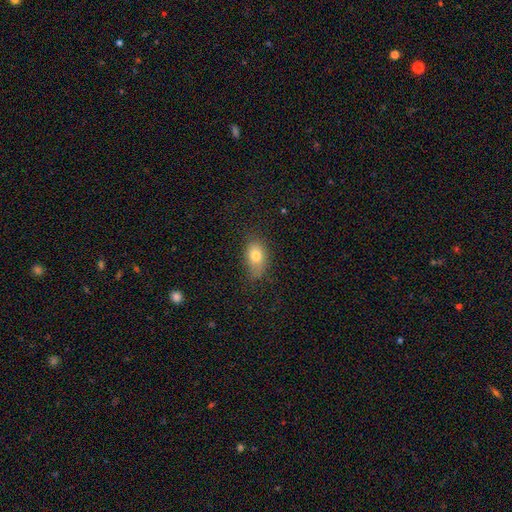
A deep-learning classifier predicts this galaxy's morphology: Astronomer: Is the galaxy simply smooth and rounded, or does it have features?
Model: smooth — 77%.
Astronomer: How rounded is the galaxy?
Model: in between — 84%.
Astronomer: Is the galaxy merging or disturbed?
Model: none — 63%.